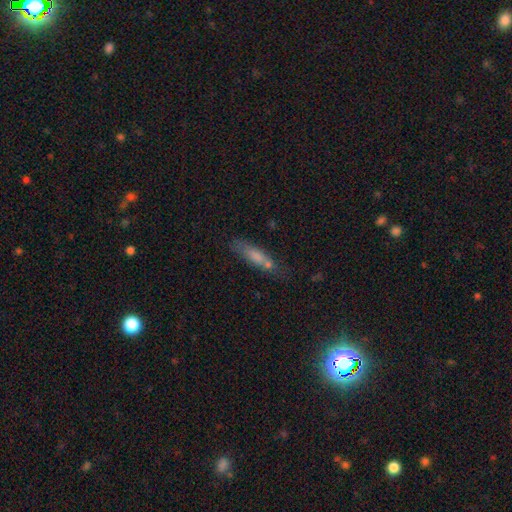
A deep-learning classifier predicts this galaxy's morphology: This appears to be a smooth galaxy with no disk features (66%) that is cigar-shaped (69%). Merging: none (60%).